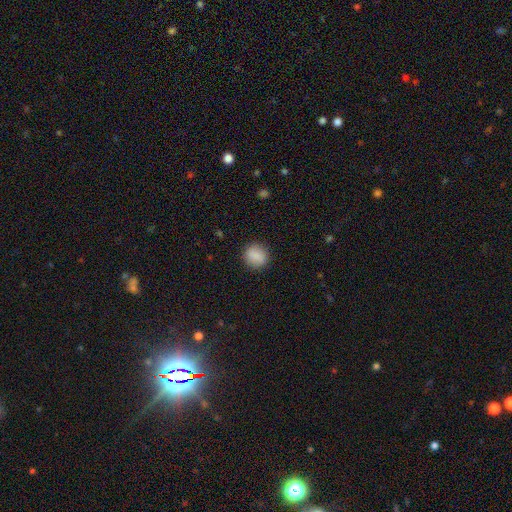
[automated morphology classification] smooth_or_featured: smooth (p=0.88) [alt: star or artifact p=0.08]
how_rounded: round (p=0.82) [alt: in between p=0.17]
merging: none (p=0.88) [alt: minor disturbance p=0.09]